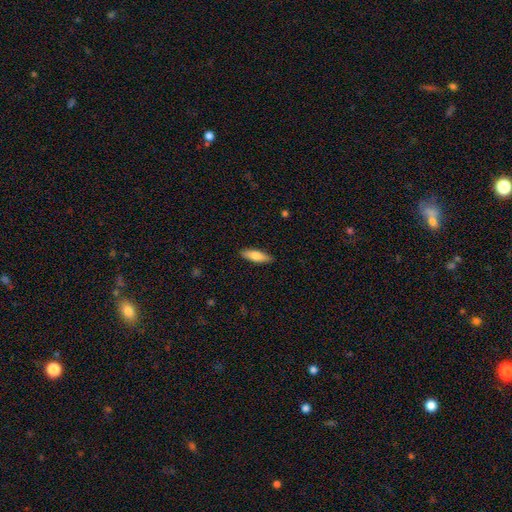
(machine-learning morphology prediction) This is likely a smooth galaxy (76%). How rounded: possibly cigar-shaped (50%). Merging: clearly none (89%).